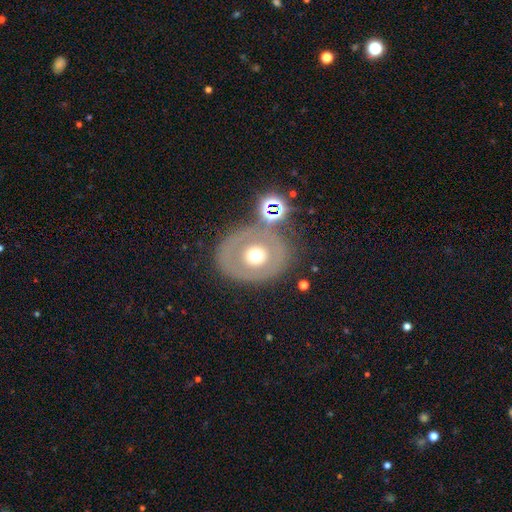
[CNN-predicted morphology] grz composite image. It shows a featured or disk galaxy (48%). Merging: none (68%).